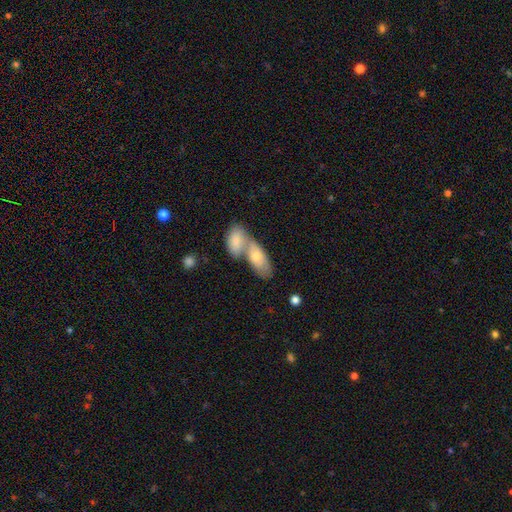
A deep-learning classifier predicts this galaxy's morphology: Q: Smooth or featured?
A: smooth (68%); runner-up: featured or disk (25%)
Q: How rounded?
A: in between (84%); runner-up: cigar-shaped (12%)
Q: Merging?
A: merger (65%); runner-up: none (25%)